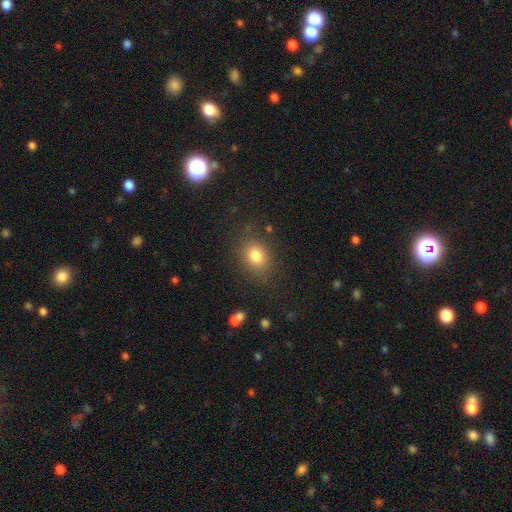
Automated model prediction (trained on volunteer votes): Smooth or featured? Predicted: smooth (p=0.80). How rounded? Predicted: in between (p=0.50). Merging? Predicted: none (p=0.80).